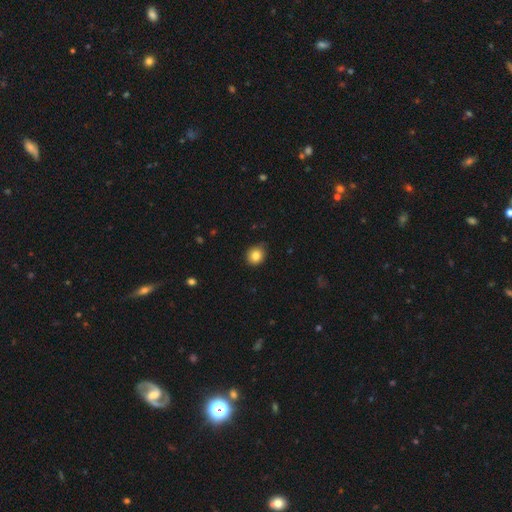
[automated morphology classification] The model was most divided on "how rounded": round: 75%, in between: 24%, cigar-shaped: 1%. More confident: smooth or featured — smooth (83%); merging — none (80%).